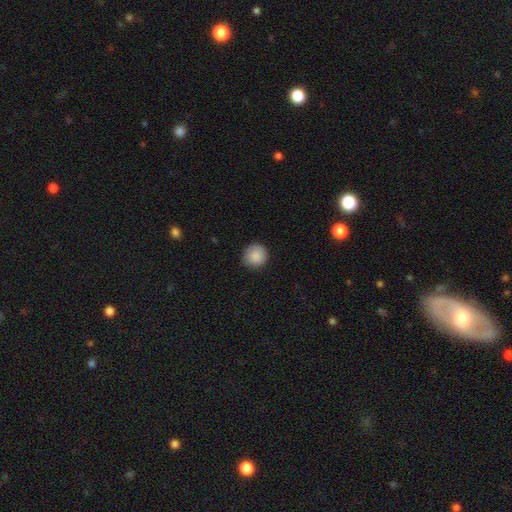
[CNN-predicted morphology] Smooth or featured? smooth (88%)
How rounded? round (94%)
Merging? none (87%)